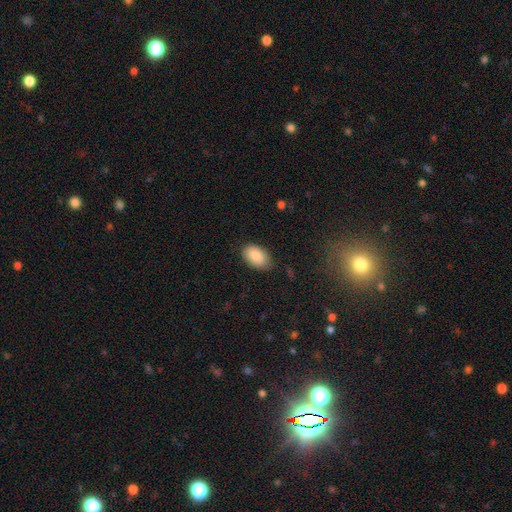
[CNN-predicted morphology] smooth-or-featured: smooth: 88% | star or artifact: 6% | featured or disk: 6%
  how-rounded: in between: 92% | round: 7% | cigar-shaped: 1%
  merging: none: 81% | minor disturbance: 15% | major disturbance: 3% | merger: 1%